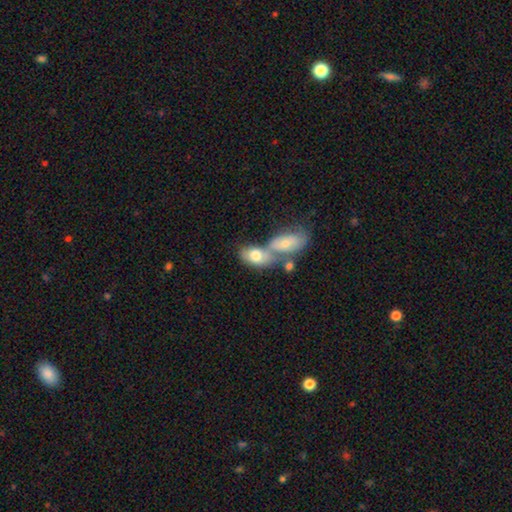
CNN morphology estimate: smooth-or-featured: smooth: 69% | featured or disk: 24% | star or artifact: 6%
  how-rounded: in between: 88% | round: 8% | cigar-shaped: 4%
  merging: merger: 65% | none: 21% | minor disturbance: 9% | major disturbance: 5%